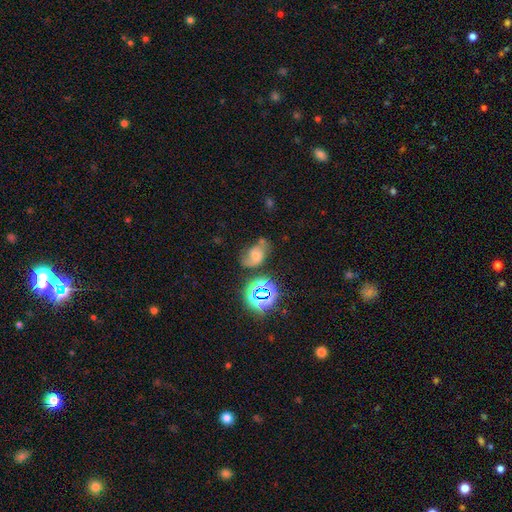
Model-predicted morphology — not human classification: A smooth galaxy with no disk features (40%).

Vote fractions:
- Smooth or featured? smooth: 40% / featured or disk: 37% / star or artifact: 23%
- Merging? none: 43% / minor disturbance: 30% / major disturbance: 18% / merger: 9%